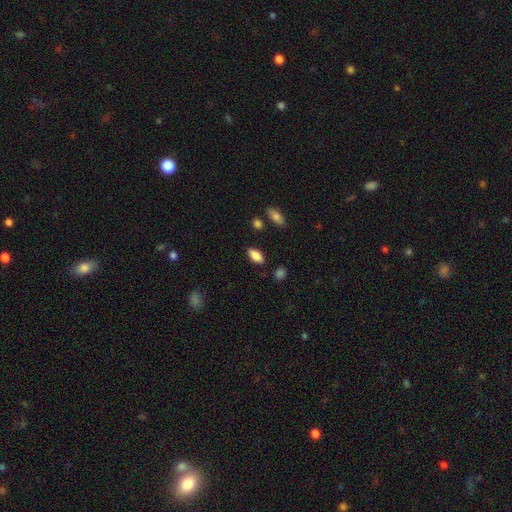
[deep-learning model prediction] Smooth or featured?
  - smooth: 86% *
  - star or artifact: 7%
  - featured or disk: 7%
How rounded?
  - in between: 89% *
  - cigar-shaped: 8%
  - round: 3%
Merging?
  - none: 85% *
  - minor disturbance: 10%
  - major disturbance: 3%
  - merger: 2%